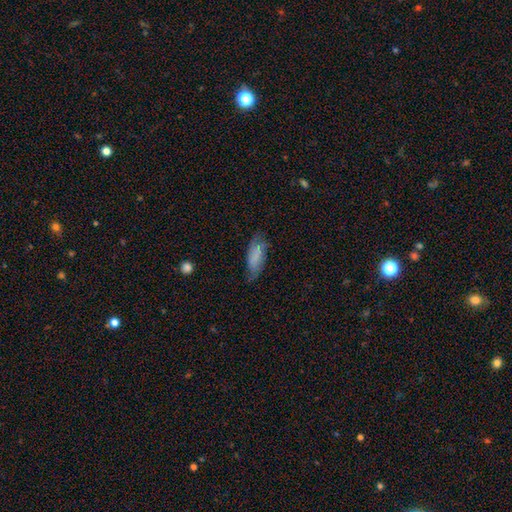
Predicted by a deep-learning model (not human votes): Morphology: type=smooth (64%); roundness=in between (71%); merging=none (67%).